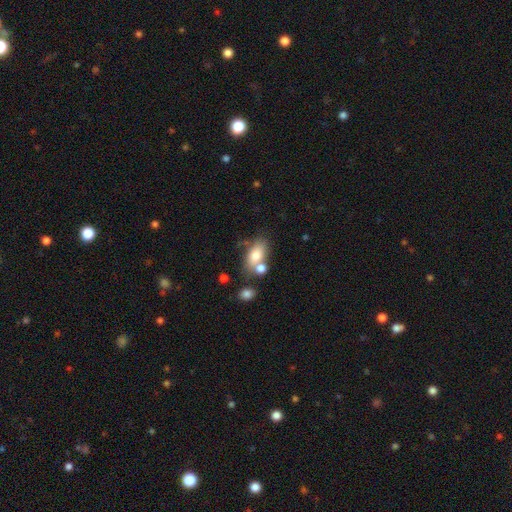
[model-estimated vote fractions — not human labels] A smooth galaxy with no disk features (74%) that is in between round and cigar-shaped (87%).

Vote fractions:
- Smooth or featured? smooth: 74% / featured or disk: 17% / star or artifact: 8%
- How rounded? in between: 87% / round: 9% / cigar-shaped: 4%
- Merging? none: 49% / merger: 30% / minor disturbance: 15% / major disturbance: 6%